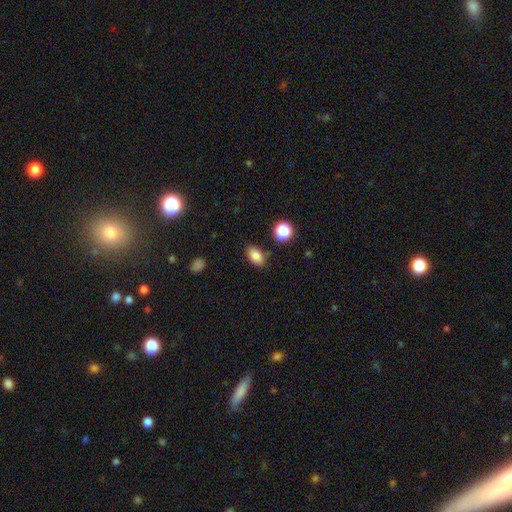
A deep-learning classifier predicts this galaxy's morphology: Smooth or featured?
  - smooth: 85% *
  - star or artifact: 10%
  - featured or disk: 5%
How rounded?
  - in between: 86% *
  - round: 12%
  - cigar-shaped: 2%
Merging?
  - none: 79% *
  - minor disturbance: 13%
  - merger: 4%
  - major disturbance: 3%